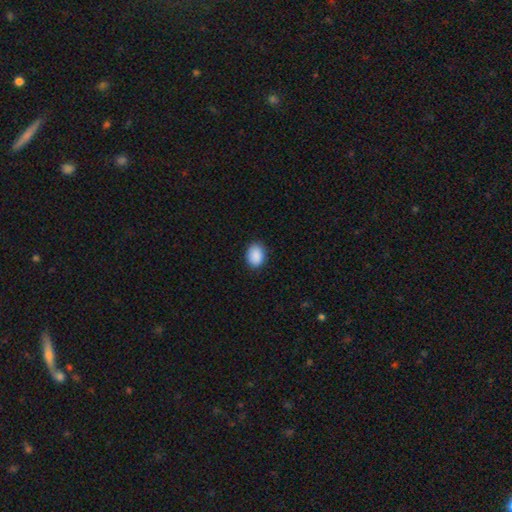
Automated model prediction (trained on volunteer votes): Overall: smooth (91%). How rounded: in between (71%). Merging: none (87%).